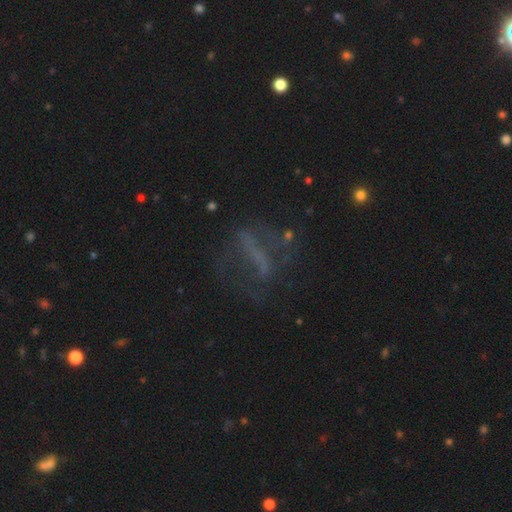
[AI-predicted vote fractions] smooth_or_featured: featured or disk (p=0.47) [alt: star or artifact p=0.27]
merging: none (p=0.56) [alt: major disturbance p=0.23]